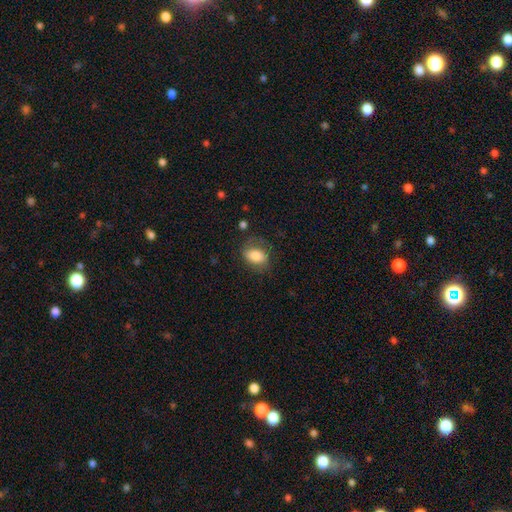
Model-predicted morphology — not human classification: Smooth or featured? smooth (76%)
How rounded? in between (80%)
Merging? none (63%)